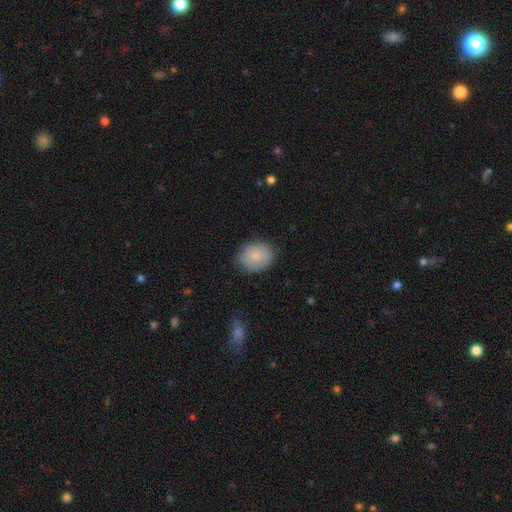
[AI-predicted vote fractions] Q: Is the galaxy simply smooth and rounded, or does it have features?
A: smooth — 84%.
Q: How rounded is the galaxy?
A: in between — 54%.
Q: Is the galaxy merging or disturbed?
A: none — 80%.